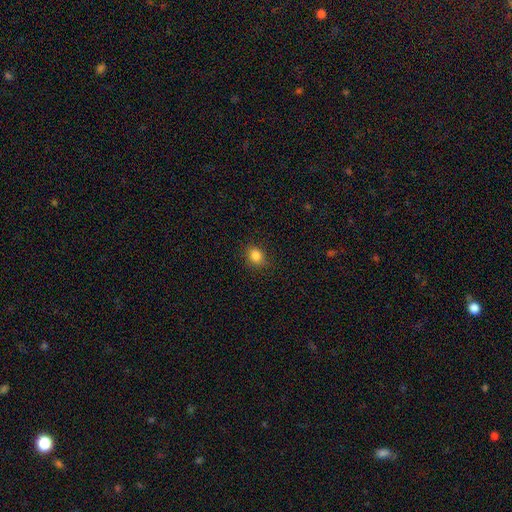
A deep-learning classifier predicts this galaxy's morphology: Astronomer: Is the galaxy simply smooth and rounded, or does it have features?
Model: smooth — 84%.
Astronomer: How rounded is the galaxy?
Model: round — 57% (runner-up: in between, 42%).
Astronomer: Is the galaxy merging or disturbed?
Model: none — 87%.